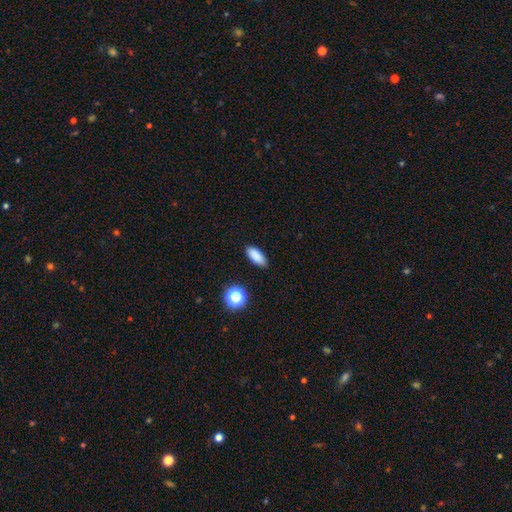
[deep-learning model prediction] smooth 86%, star or artifact 9%, featured or disk 4%. Down the decision tree: how rounded — in between (80%); merging — none (87%).